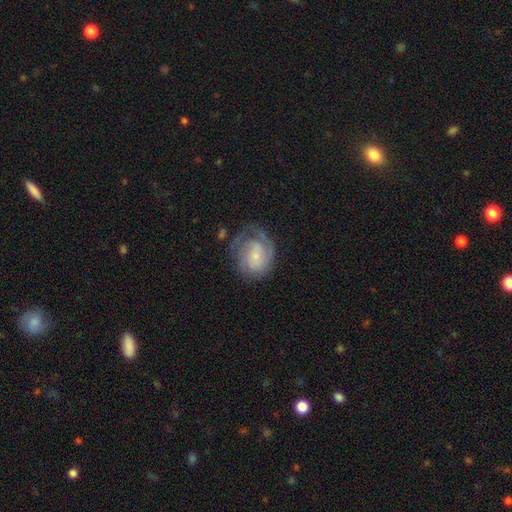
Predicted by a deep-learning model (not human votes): The model was most divided on "spiral arm count": 2: 33%, can't tell: 30%, 3: 15%, 1: 15%, 4: 4%, more than 4: 3%. More confident: edge-on disk — no (98%); spiral arms — yes (90%); smooth or featured — featured or disk (73%); bulge size — small (72%); bar — no (62%); merging — none (55%); spiral winding — tight (53%).